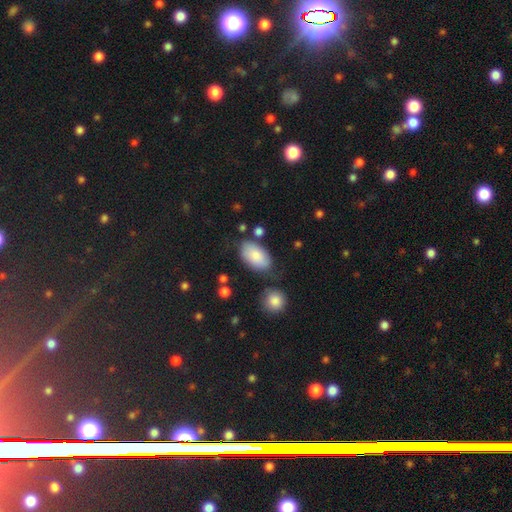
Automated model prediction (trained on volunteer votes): Smooth or featured?
  - smooth: 81% *
  - featured or disk: 13%
  - star or artifact: 7%
How rounded?
  - in between: 93% *
  - round: 5%
  - cigar-shaped: 2%
Merging?
  - none: 67% *
  - minor disturbance: 20%
  - merger: 7%
  - major disturbance: 6%